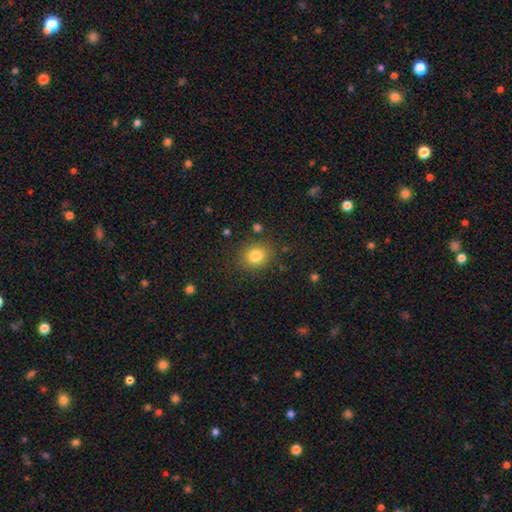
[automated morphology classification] The model was most divided on "how rounded": round: 71%, in between: 28%, cigar-shaped: 1%. More confident: merging — none (84%); smooth or featured — smooth (82%).